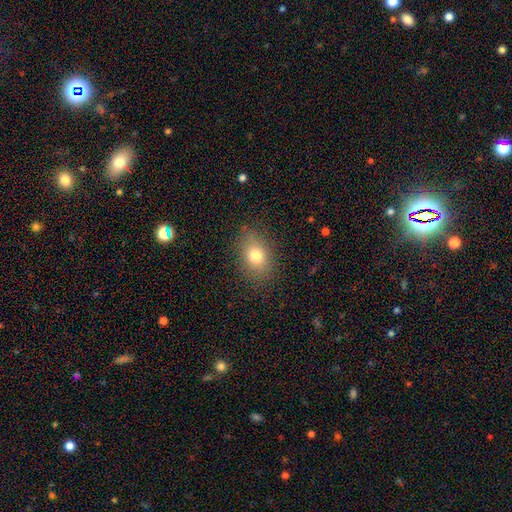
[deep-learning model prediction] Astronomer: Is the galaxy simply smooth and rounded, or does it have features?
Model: smooth — 77%.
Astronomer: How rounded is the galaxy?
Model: in between — 72%.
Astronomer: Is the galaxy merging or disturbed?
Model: none — 83%.